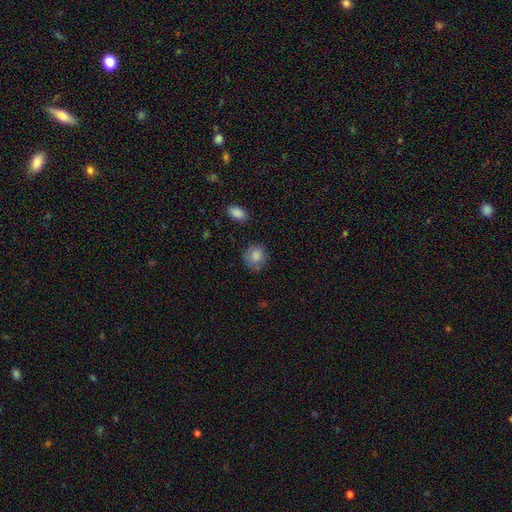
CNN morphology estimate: Smooth or featured? smooth (84%)
How rounded? round (80%)
Merging? none (75%)